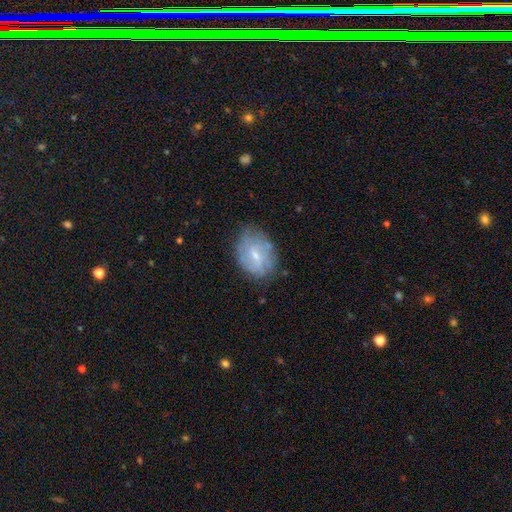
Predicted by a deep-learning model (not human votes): Smooth or featured? Predicted: featured or disk (p=0.52). Edge-on disk? Predicted: no (p=0.96). Bar? Predicted: weak (p=0.54). Spiral arms? Predicted: yes (p=0.61). Bulge size? Predicted: small (p=0.60). Merging? Predicted: none (p=0.66).